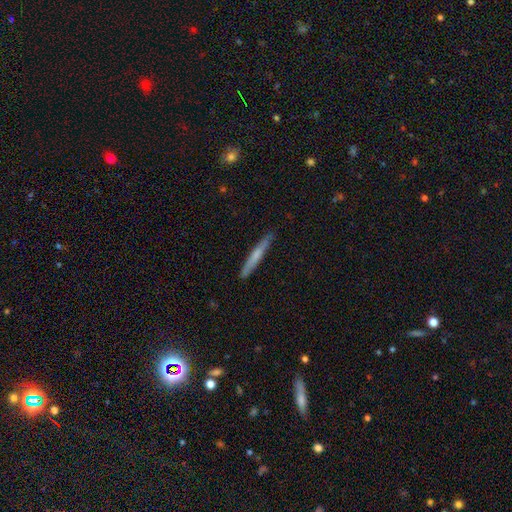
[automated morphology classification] Smooth or featured: smooth — 56% (featured or disk — 38%)
How rounded: cigar-shaped — 96% (in between — 3%)
Merging: none — 88% (minor disturbance — 10%)